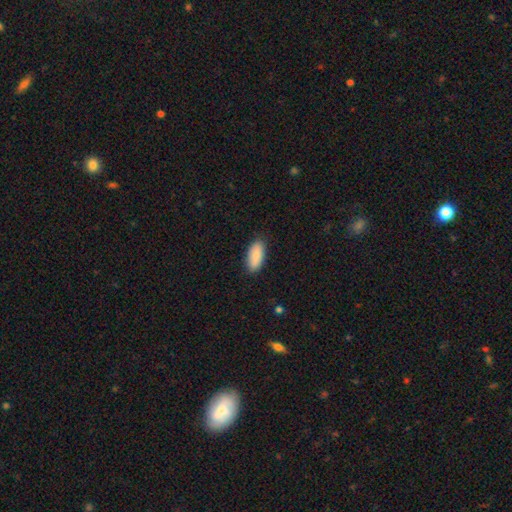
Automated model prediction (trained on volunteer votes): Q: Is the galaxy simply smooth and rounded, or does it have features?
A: smooth — 85%.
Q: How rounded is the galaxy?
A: in between — 89%.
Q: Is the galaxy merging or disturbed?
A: none — 87%.